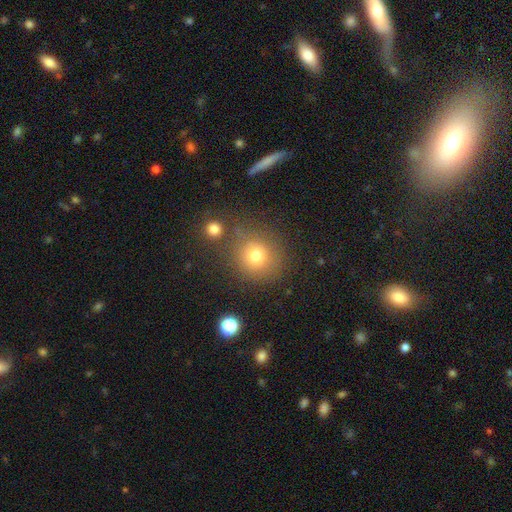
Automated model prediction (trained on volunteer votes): smooth 76%, star or artifact 15%, featured or disk 10%. Down the decision tree: how rounded — round (89%); merging — none (77%).